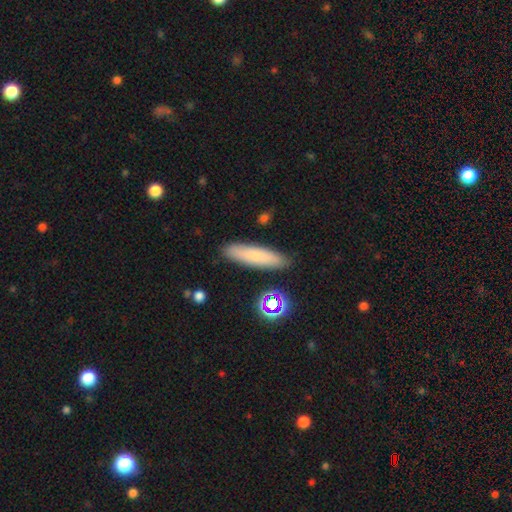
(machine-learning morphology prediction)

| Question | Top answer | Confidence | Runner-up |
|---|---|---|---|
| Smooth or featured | smooth | 76% | featured or disk (14%) |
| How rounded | cigar-shaped | 76% | in between (22%) |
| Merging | none | 87% | minor disturbance (8%) |